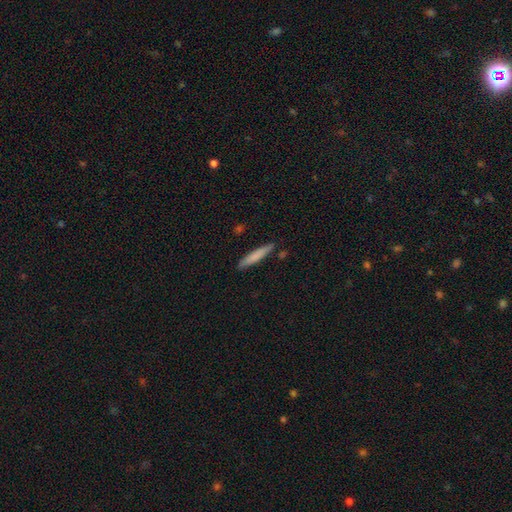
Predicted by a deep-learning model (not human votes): Overall: smooth (76%). How rounded: cigar-shaped (93%). Merging: none (86%).